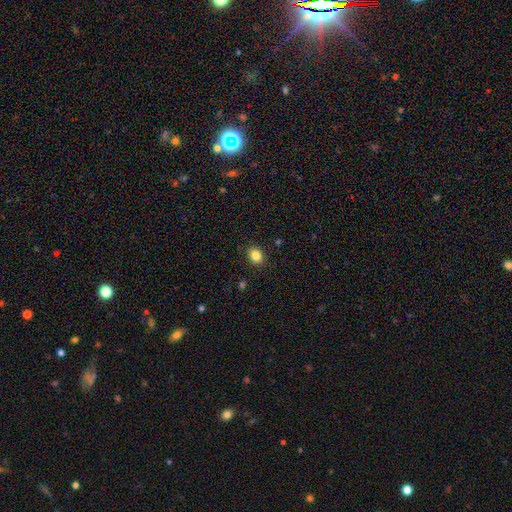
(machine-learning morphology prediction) type=smooth (84%); roundness=round (54%); merging=none (87%).